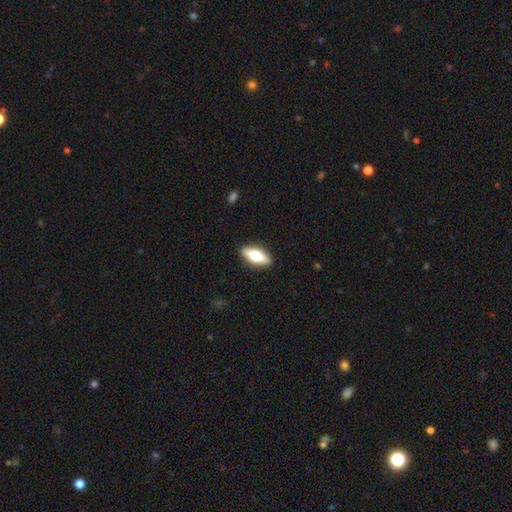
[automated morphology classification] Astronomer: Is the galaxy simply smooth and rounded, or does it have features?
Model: smooth — 56% (runner-up: featured or disk, 38%).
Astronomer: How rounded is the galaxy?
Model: in between — 68%.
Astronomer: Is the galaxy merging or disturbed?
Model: none — 89%.